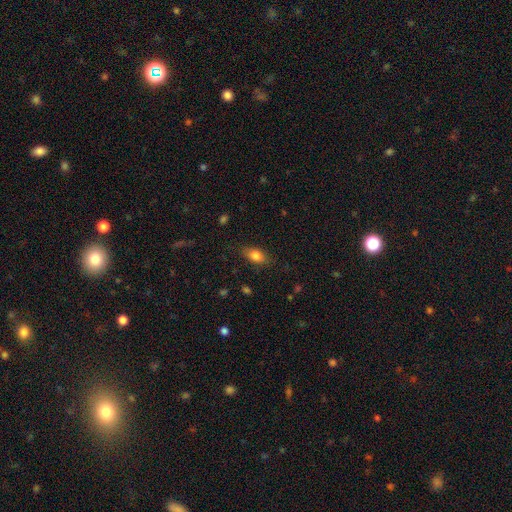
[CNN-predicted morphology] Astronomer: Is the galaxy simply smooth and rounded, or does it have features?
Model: smooth — 79%.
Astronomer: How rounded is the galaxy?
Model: in between — 83%.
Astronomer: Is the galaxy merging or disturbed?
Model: none — 81%.